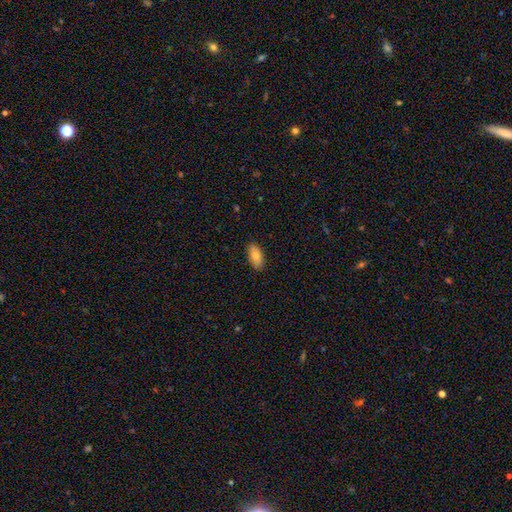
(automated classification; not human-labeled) Smooth or featured?
  - smooth: 83% *
  - featured or disk: 10%
  - star or artifact: 7%
How rounded?
  - in between: 91% *
  - cigar-shaped: 7%
  - round: 2%
Merging?
  - none: 88% *
  - minor disturbance: 10%
  - major disturbance: 2%
  - merger: 1%